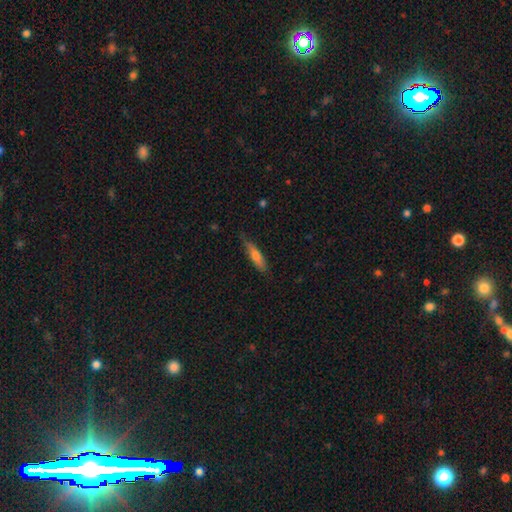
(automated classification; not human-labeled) smooth 69%, featured or disk 25%, star or artifact 6%. Down the decision tree: how rounded — cigar-shaped (74%); merging — none (71%).